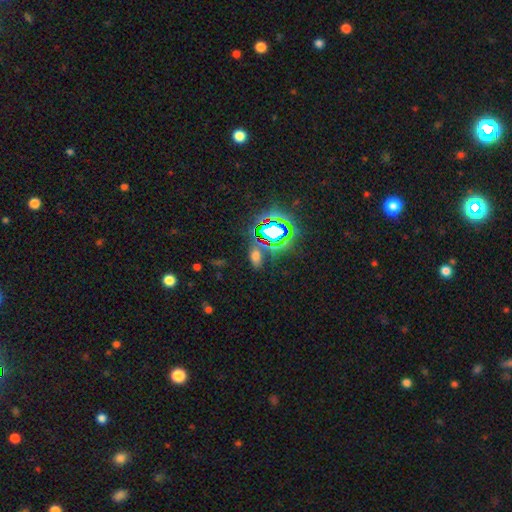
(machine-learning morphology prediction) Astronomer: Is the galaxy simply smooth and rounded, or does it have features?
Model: smooth — 47% (runner-up: star or artifact, 43%).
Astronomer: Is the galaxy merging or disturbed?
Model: none — 72%.